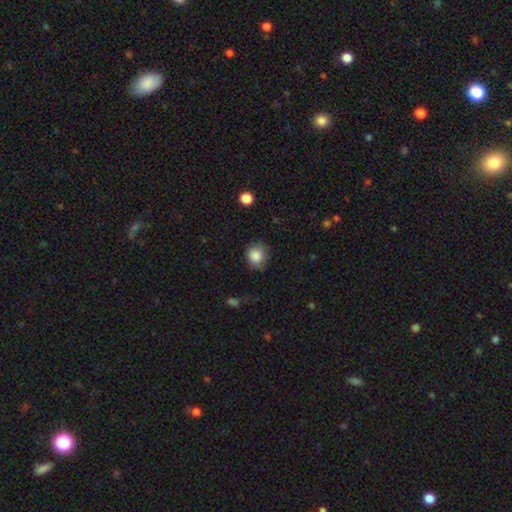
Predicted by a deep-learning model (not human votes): Smooth or featured? smooth (86%)
How rounded? round (77%)
Merging? none (64%)